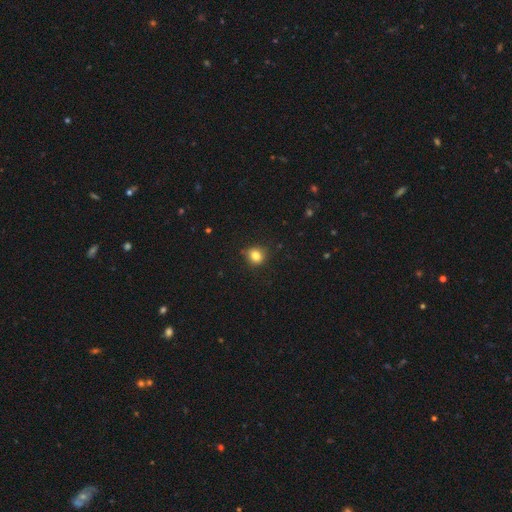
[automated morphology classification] Q: Smooth or featured?
A: smooth (82%); runner-up: star or artifact (12%)
Q: How rounded?
A: round (83%); runner-up: in between (17%)
Q: Merging?
A: none (82%); runner-up: minor disturbance (14%)